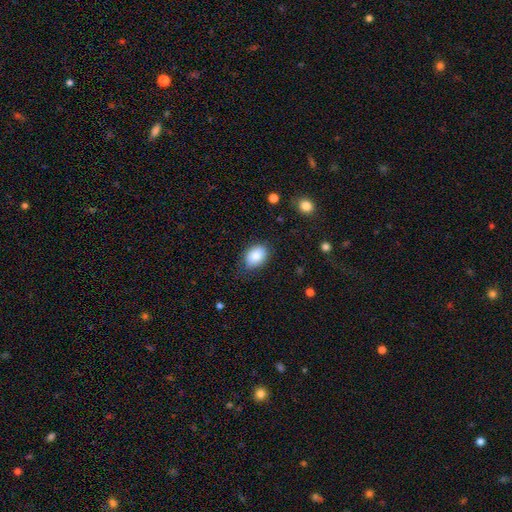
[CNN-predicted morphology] type=smooth (86%); roundness=in between (79%); merging=none (77%).